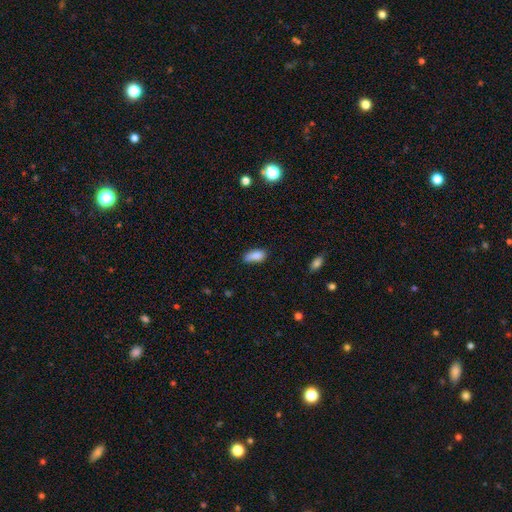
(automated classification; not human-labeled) smooth_or_featured: smooth (p=0.86) [alt: star or artifact p=0.09]
how_rounded: in between (p=0.87) [alt: cigar-shaped p=0.09]
merging: none (p=0.61) [alt: minor disturbance p=0.30]